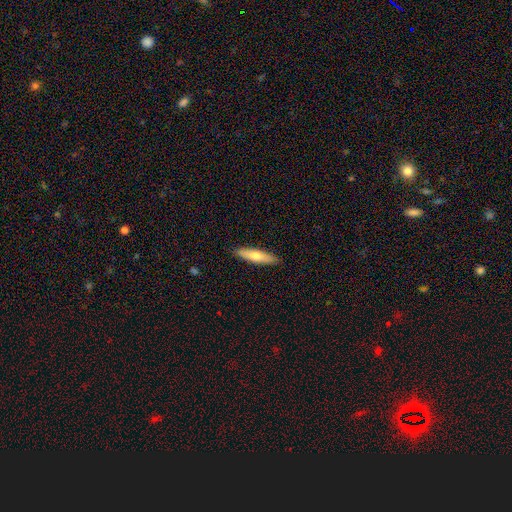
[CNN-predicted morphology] smooth-or-featured: smooth: 62% | featured or disk: 33% | star or artifact: 5%
  how-rounded: cigar-shaped: 74% | in between: 24% | round: 2%
  merging: none: 90% | minor disturbance: 8% | major disturbance: 2% | merger: 1%